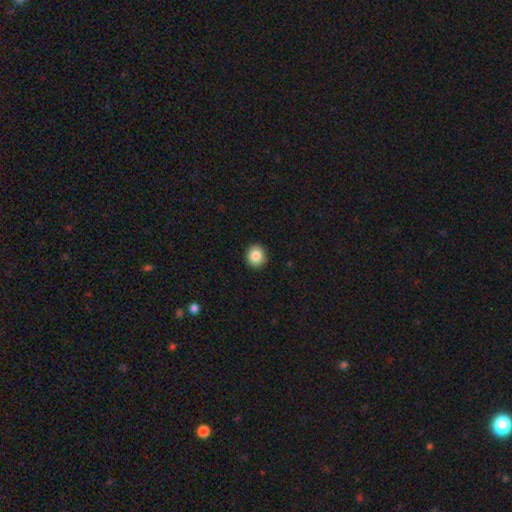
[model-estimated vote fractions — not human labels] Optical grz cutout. It shows a smooth galaxy with no disk features (86%) that is round (86%). Merging: none (91%).